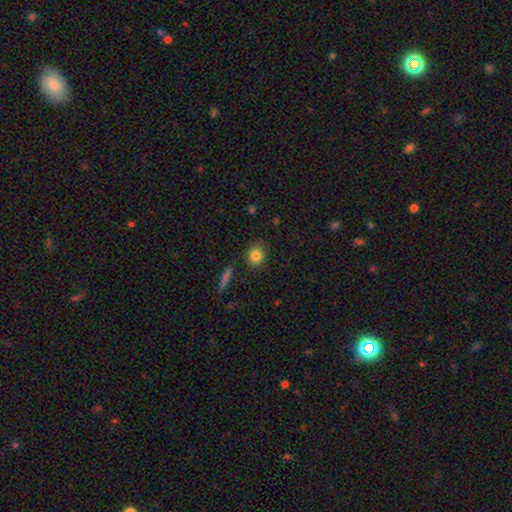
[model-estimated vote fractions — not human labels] This is clearly a smooth galaxy (83%). How rounded: likely round (77%). Merging: clearly none (84%).